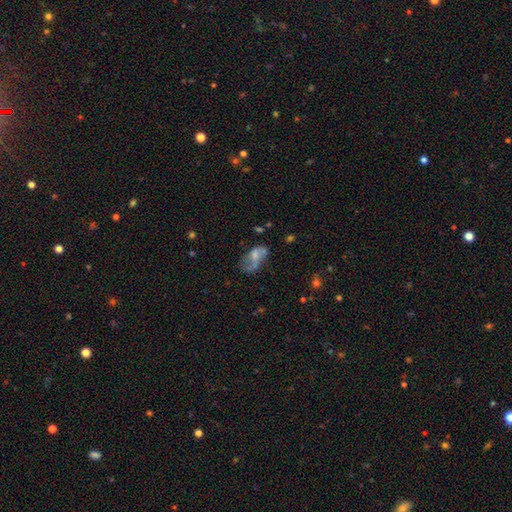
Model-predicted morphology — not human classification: Q: Smooth or featured?
A: smooth (53%); runner-up: featured or disk (36%)
Q: How rounded?
A: in between (88%); runner-up: round (8%)
Q: Merging?
A: none (31%); runner-up: major disturbance (29%)